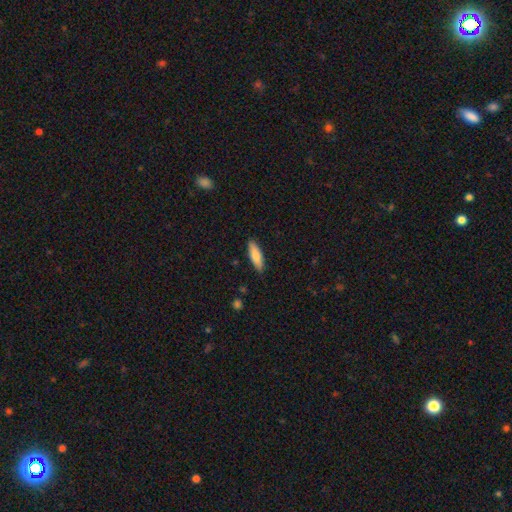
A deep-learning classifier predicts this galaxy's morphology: smooth 78%, featured or disk 16%, star or artifact 6%. Down the decision tree: how rounded — in between (51%); merging — none (87%).